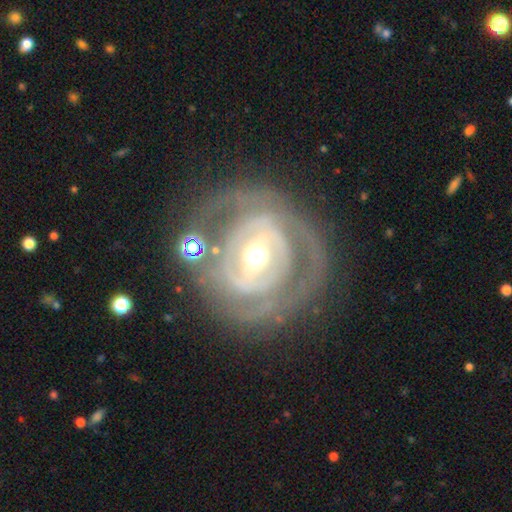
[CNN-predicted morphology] This is clearly a featured or disk galaxy (82%). It is clearly not viewed edge-on (96%). Bar: marginally weak (38%). Spiral arm pattern: likely yes (66%). Spiral arm count: marginally can't tell (38%). Spiral winding: likely tight (66%). Central bulge: possibly moderate (59%). Merging: likely none (67%).